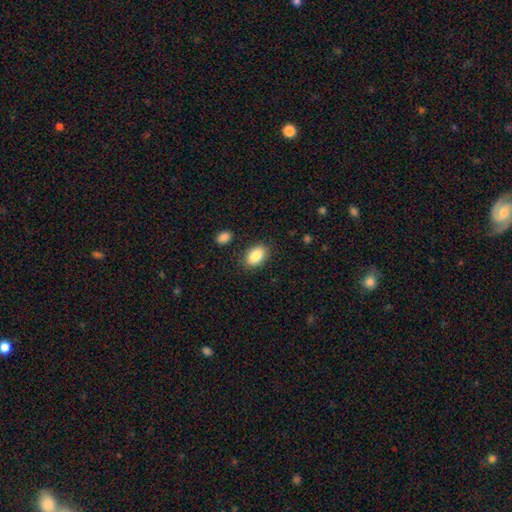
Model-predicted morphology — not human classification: The model was most divided on "merging": none: 86%, minor disturbance: 10%, major disturbance: 3%, merger: 2%. More confident: how rounded — in between (89%); smooth or featured — smooth (86%).